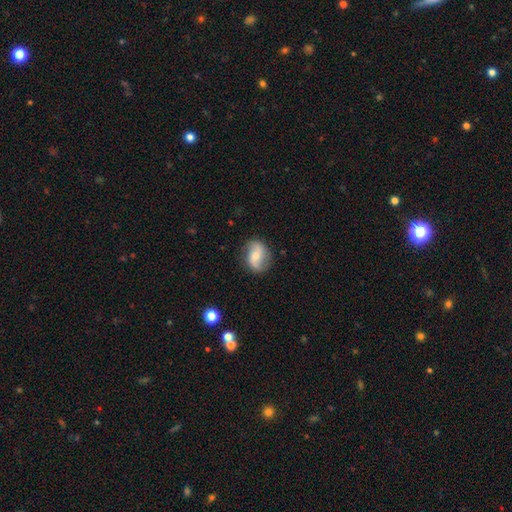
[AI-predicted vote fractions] Morphology: type=featured or disk (62%); edge-on=no (96%); bar=no (51%); spiral arms=yes (87%); winding=loose (53%); arm count=2 (89%); bulge=moderate (51%); merging=none (81%).